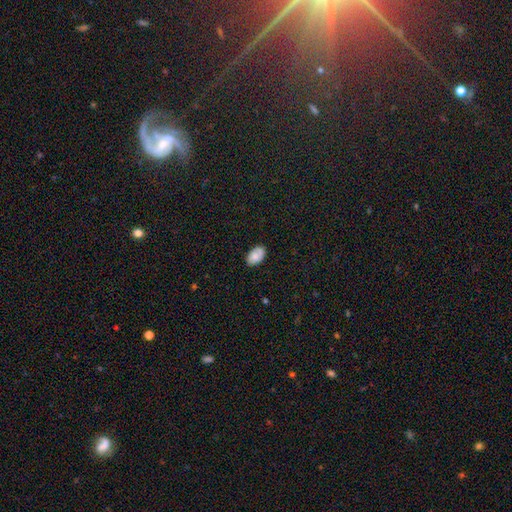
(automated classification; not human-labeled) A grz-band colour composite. It shows a smooth galaxy with no disk features (79%) that is in between round and cigar-shaped (93%). Merging: none (79%).